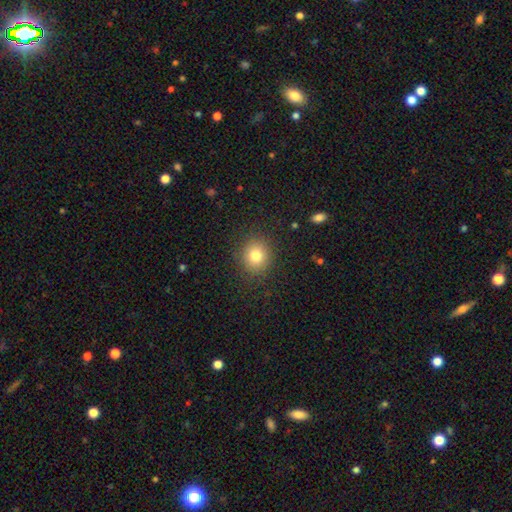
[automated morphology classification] This appears to be a smooth galaxy with no disk features (80%) that is round (82%). Merging: none (89%).